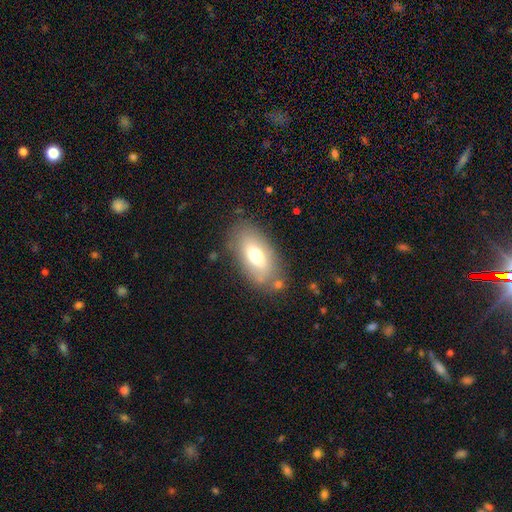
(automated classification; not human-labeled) Smooth or featured? smooth (63%)
How rounded? in between (89%)
Merging? none (76%)